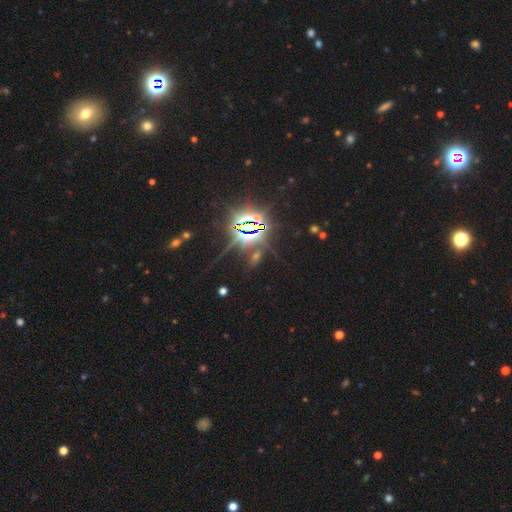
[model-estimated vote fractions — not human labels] A star or artifact, not a galaxy (82%).

Vote fractions:
- Smooth or featured? star or artifact: 82% / featured or disk: 9% / smooth: 9%